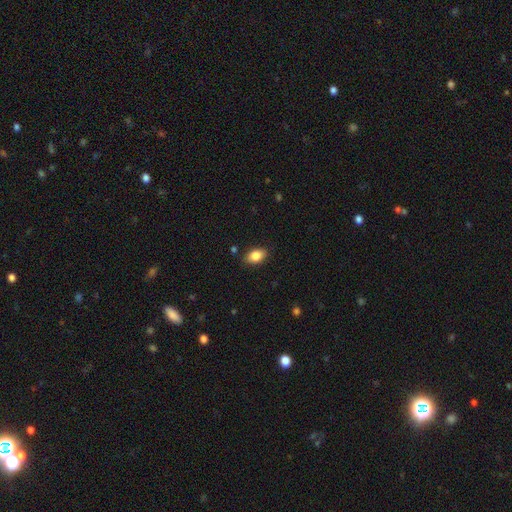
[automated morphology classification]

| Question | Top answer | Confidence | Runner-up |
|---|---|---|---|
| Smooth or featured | smooth | 85% | star or artifact (8%) |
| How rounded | in between | 89% | round (9%) |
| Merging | none | 86% | minor disturbance (10%) |